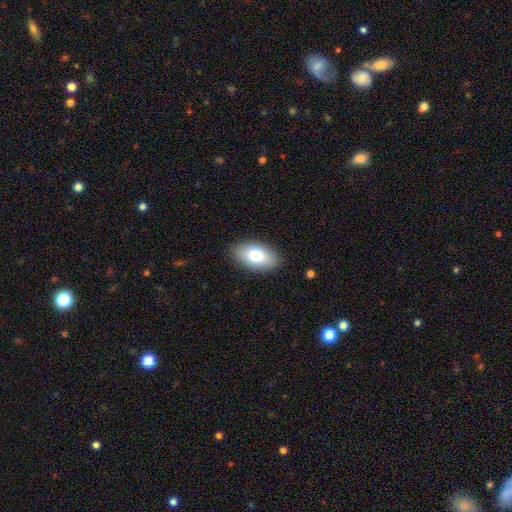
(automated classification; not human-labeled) A smooth galaxy with no disk features (79%) that is in between round and cigar-shaped (94%). Merging: none (87%).